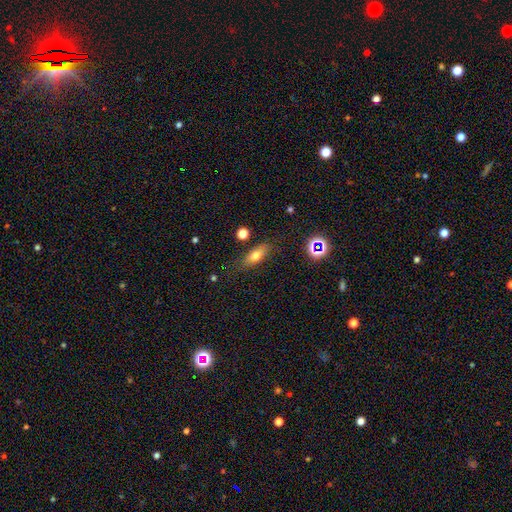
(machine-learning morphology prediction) Overall: smooth (69%). How rounded: in between (68%). Merging: none (76%).